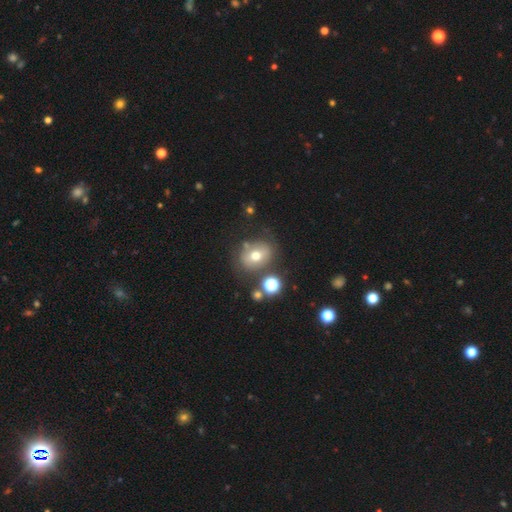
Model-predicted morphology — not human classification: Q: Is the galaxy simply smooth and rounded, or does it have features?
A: smooth — 61%.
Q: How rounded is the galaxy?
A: in between — 51%.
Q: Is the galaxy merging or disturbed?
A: none — 68%.